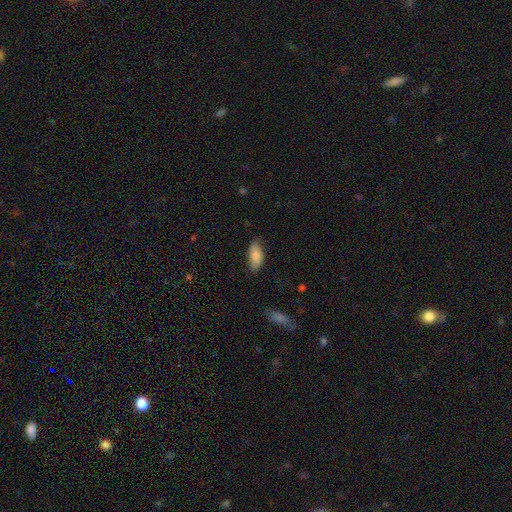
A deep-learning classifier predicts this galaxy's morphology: A smooth galaxy with no disk features (84%) that is in between round and cigar-shaped (89%). Merging: none (74%).